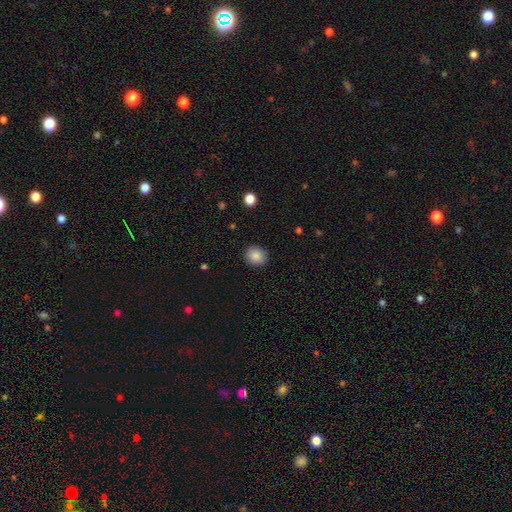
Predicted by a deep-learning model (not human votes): A smooth galaxy with no disk features (87%) that is round (78%). Merging: none (90%).